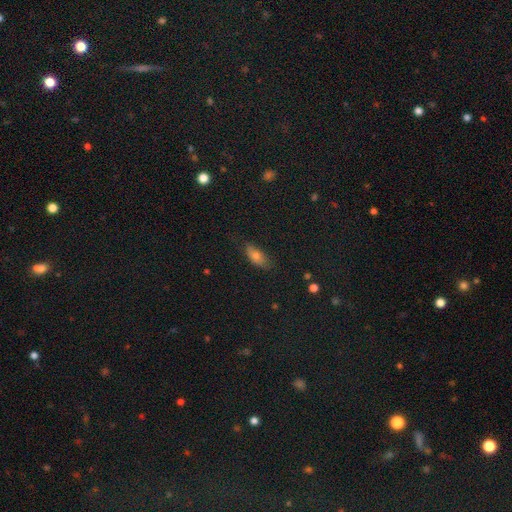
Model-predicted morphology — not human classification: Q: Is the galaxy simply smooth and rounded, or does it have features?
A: smooth — 69%.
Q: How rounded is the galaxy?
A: in between — 80%.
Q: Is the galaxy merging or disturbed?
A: none — 71%.